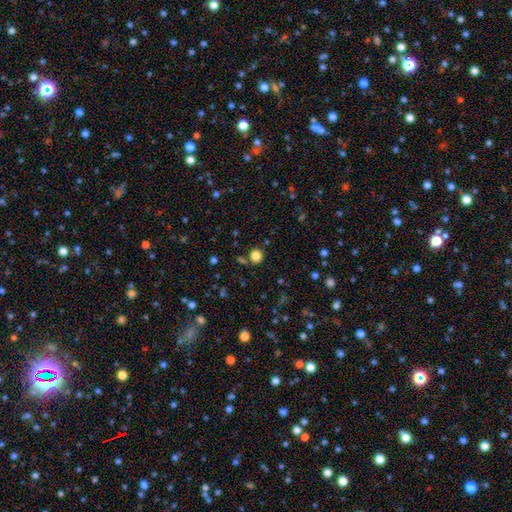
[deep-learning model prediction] Smooth or featured? Predicted: smooth (p=0.83). How rounded? Predicted: round (p=0.89). Merging? Predicted: none (p=0.84).